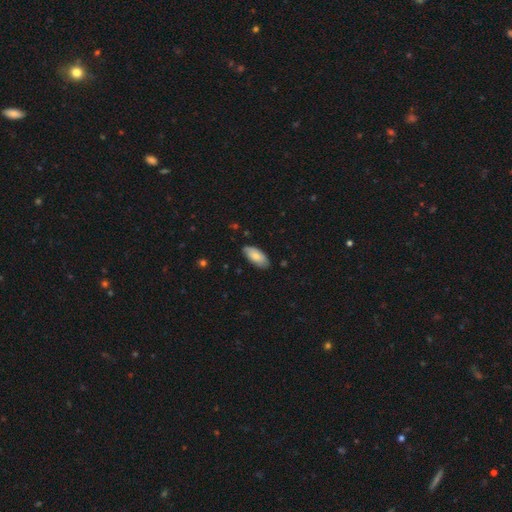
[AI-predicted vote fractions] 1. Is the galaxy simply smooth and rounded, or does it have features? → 79% smooth, 15% featured or disk, 6% star or artifact.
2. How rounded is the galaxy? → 90% in between, 8% cigar-shaped, 2% round.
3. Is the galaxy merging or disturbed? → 81% none, 16% minor disturbance, 2% major disturbance, 1% merger.